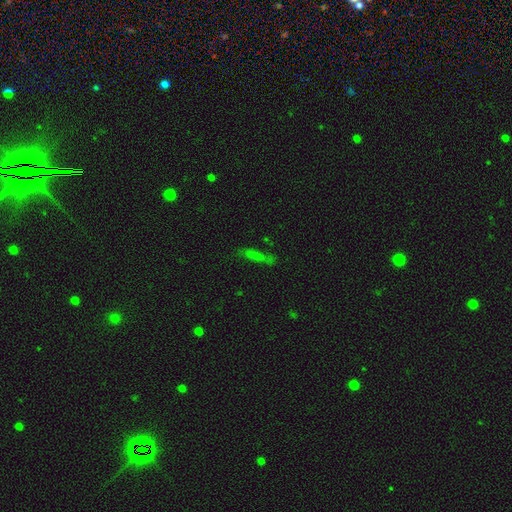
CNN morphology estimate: smooth-or-featured: smooth: 63% | featured or disk: 20% | star or artifact: 17%
  how-rounded: cigar-shaped: 78% | in between: 19% | round: 3%
  merging: none: 69% | minor disturbance: 20% | major disturbance: 7% | merger: 4%